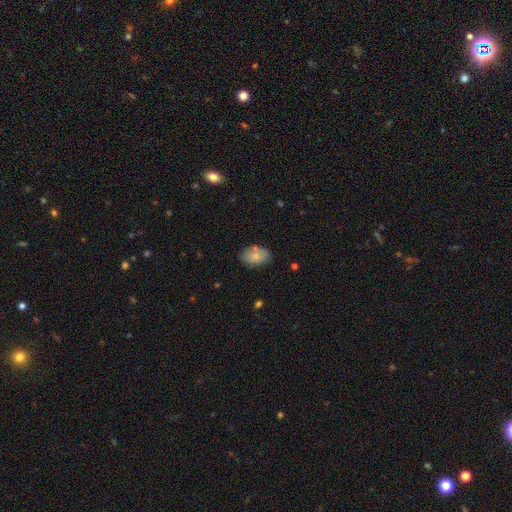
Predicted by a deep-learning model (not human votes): The model was most divided on "merging": none: 73%, minor disturbance: 18%, merger: 5%, major disturbance: 4%. More confident: how rounded — in between (90%); smooth or featured — smooth (77%).